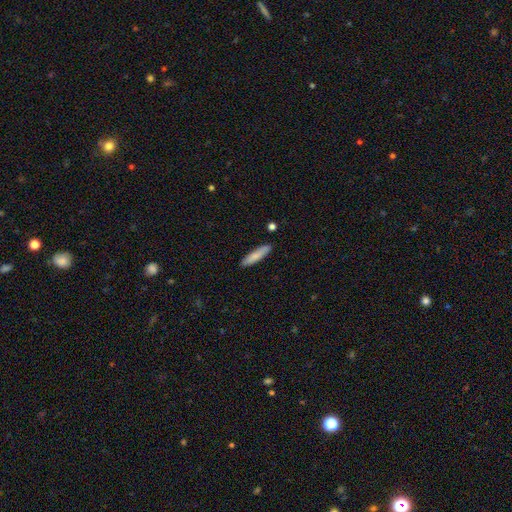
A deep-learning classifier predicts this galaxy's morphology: smooth_or_featured: smooth (p=0.79) [alt: featured or disk p=0.15]
how_rounded: cigar-shaped (p=0.81) [alt: in between p=0.18]
merging: none (p=0.88) [alt: minor disturbance p=0.09]